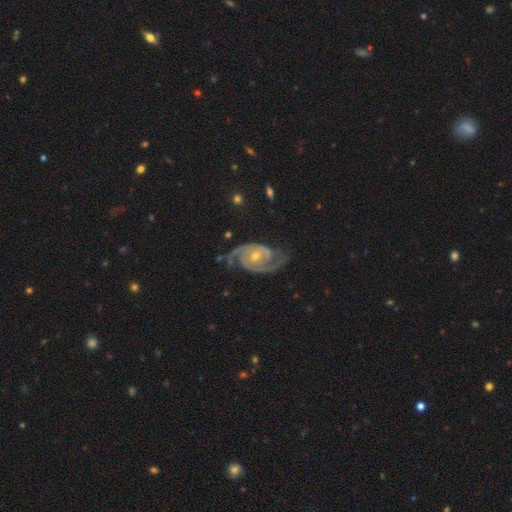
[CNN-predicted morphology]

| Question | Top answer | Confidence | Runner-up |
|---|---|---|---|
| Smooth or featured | featured or disk | 91% | star or artifact (5%) |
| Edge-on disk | no | 97% | yes (3%) |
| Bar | no | 68% | weak (24%) |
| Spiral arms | yes | 98% | no (2%) |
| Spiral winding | tight | 45% | medium (44%) |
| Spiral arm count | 2 | 88% | 3 (4%) |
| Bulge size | moderate | 50% | small (46%) |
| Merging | none | 74% | minor disturbance (18%) |